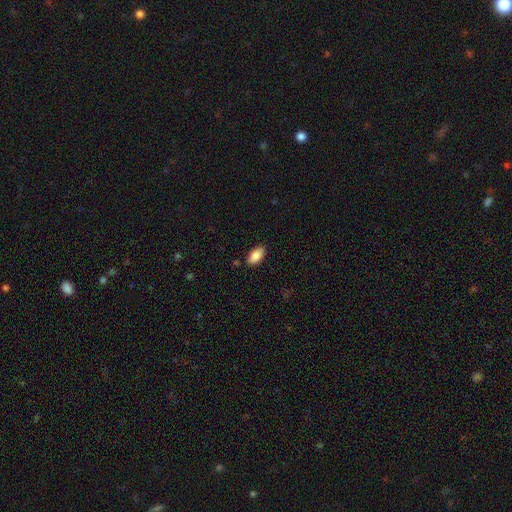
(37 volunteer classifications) Smooth or featured? smooth (100%)
How rounded? in between (95%)
Merging? none (86%)